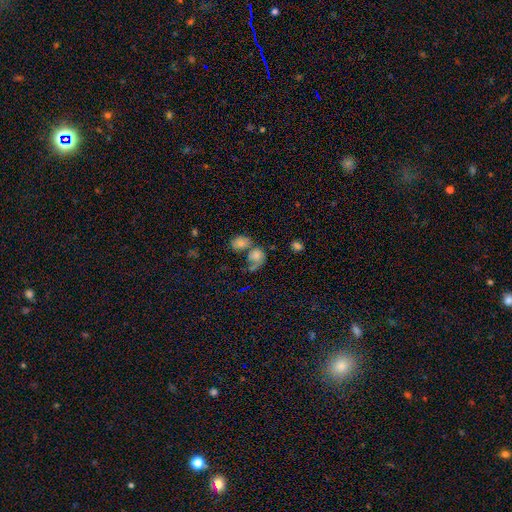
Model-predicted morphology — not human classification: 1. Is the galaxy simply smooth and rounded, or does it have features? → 62% smooth, 25% featured or disk, 13% star or artifact.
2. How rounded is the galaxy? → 51% round, 47% in between, 2% cigar-shaped.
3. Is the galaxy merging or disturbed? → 52% merger, 20% none, 17% major disturbance, 11% minor disturbance.